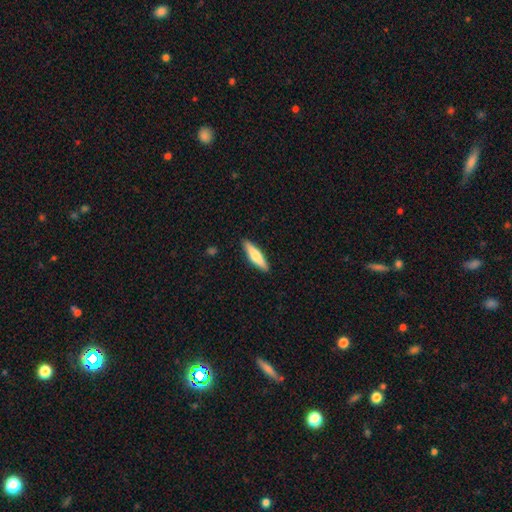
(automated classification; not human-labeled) smooth 66%, featured or disk 29%, star or artifact 5%. Down the decision tree: how rounded — cigar-shaped (77%); merging — none (90%).